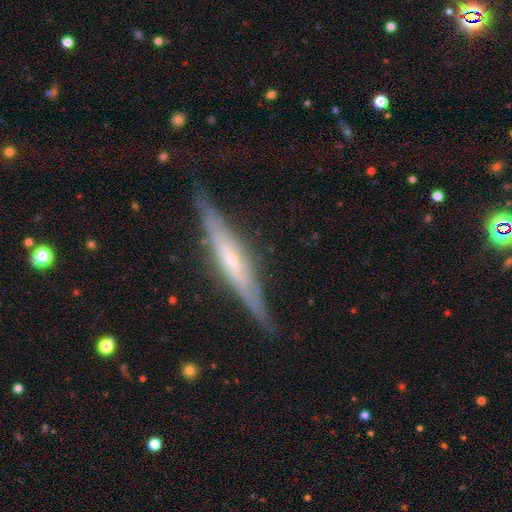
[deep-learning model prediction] This is likely a featured or disk galaxy (74%). It is clearly viewed edge-on (93%). Edge-on bulge: marginally rounded (42%). Merging: clearly none (82%).